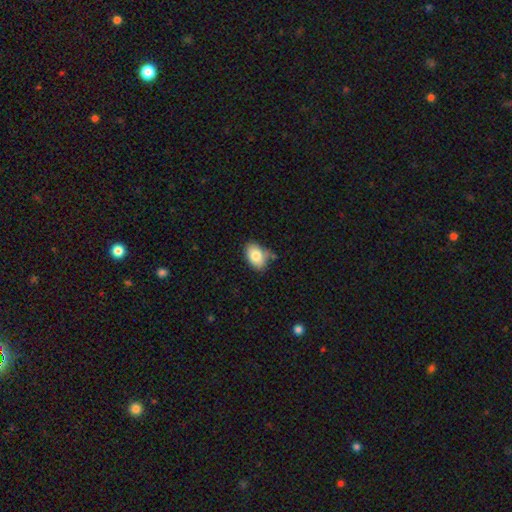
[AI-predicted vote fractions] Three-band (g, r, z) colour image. It shows a smooth galaxy with no disk features (82%) that is in between round and cigar-shaped (87%). Merging: none (68%).